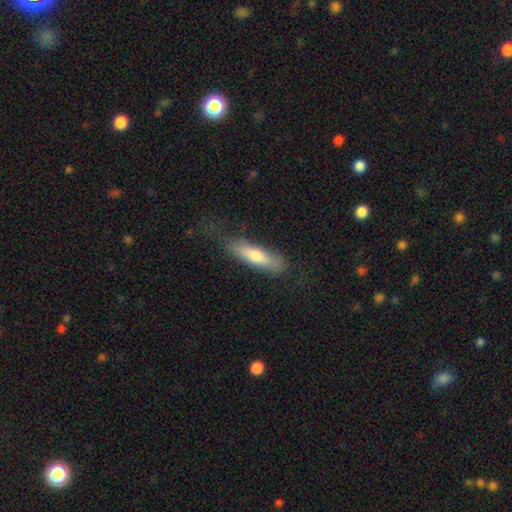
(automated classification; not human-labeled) Smooth or featured? Predicted: smooth (p=0.69). How rounded? Predicted: cigar-shaped (p=0.68). Merging? Predicted: none (p=0.62).